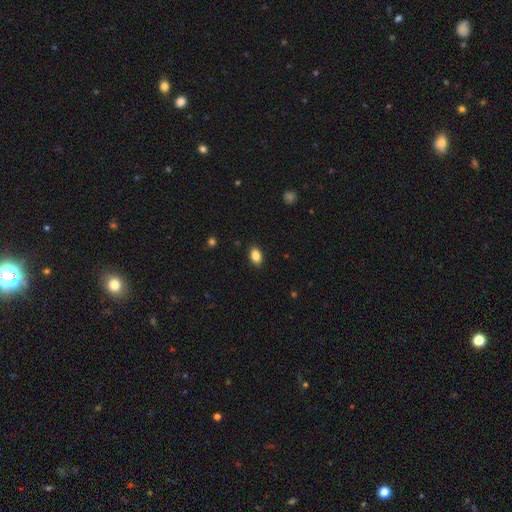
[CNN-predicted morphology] smooth-or-featured: smooth: 87% | star or artifact: 8% | featured or disk: 5%
  how-rounded: in between: 87% | round: 12% | cigar-shaped: 2%
  merging: none: 88% | minor disturbance: 9% | major disturbance: 2% | merger: 1%